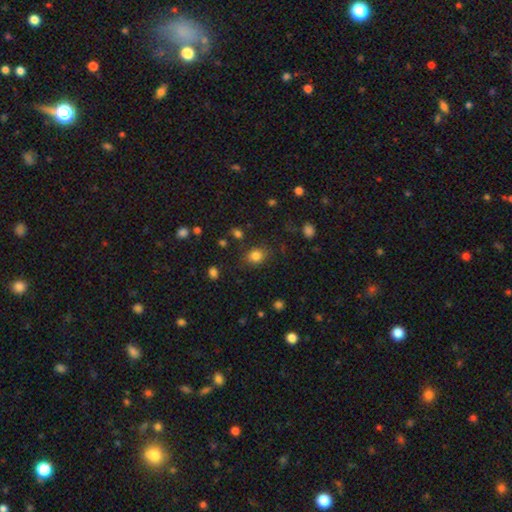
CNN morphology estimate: A smooth galaxy with no disk features (82%) that is round (57%).

Vote fractions:
- Smooth or featured? smooth: 82% / star or artifact: 12% / featured or disk: 6%
- How rounded? round: 57% / in between: 42% / cigar-shaped: 1%
- Merging? none: 81% / minor disturbance: 13% / major disturbance: 4% / merger: 2%